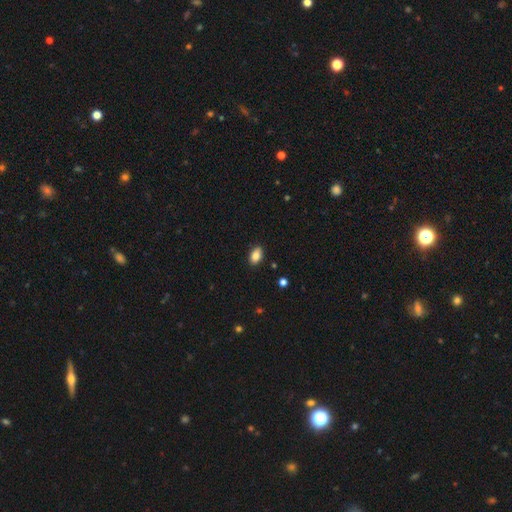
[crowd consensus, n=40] smooth_or_featured: smooth (p=0.80) [alt: star or artifact p=0.12]
how_rounded: in between (p=0.91) [alt: round p=0.06]
merging: none (p=0.80) [alt: minor disturbance p=0.09]